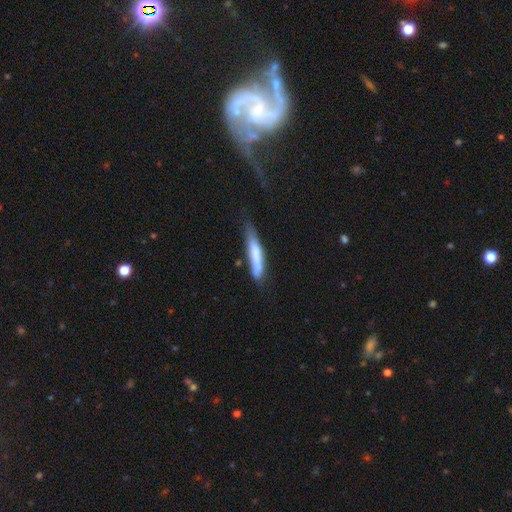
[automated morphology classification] A smooth galaxy with no disk features (69%) that is cigar-shaped (90%).

Vote fractions:
- Smooth or featured? smooth: 69% / featured or disk: 25% / star or artifact: 6%
- How rounded? cigar-shaped: 90% / in between: 9% / round: 1%
- Merging? none: 59% / minor disturbance: 28% / major disturbance: 8% / merger: 5%